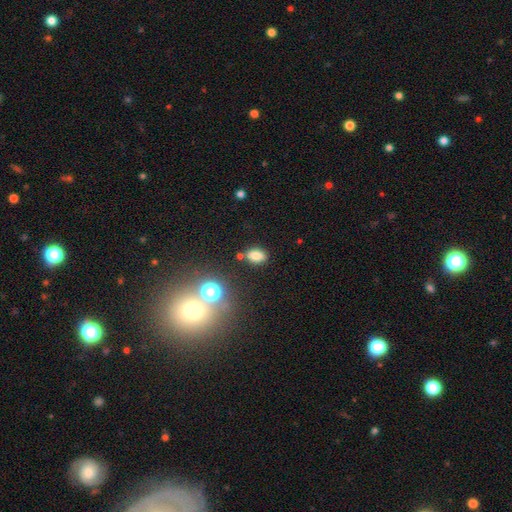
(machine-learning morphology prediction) type=smooth (78%); roundness=in between (78%); merging=none (77%).